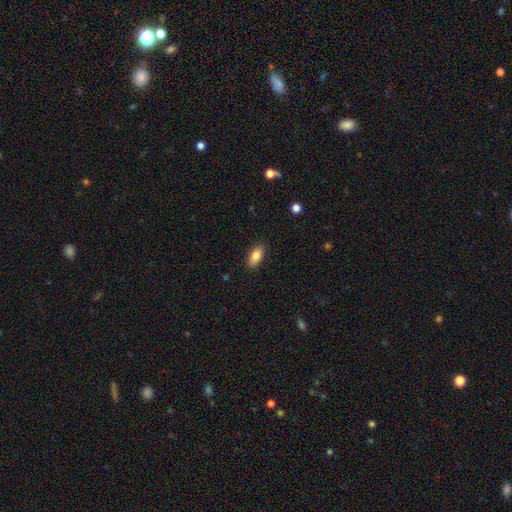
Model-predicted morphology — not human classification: A smooth galaxy with no disk features (85%) that is in between round and cigar-shaped (89%). Merging: none (87%).